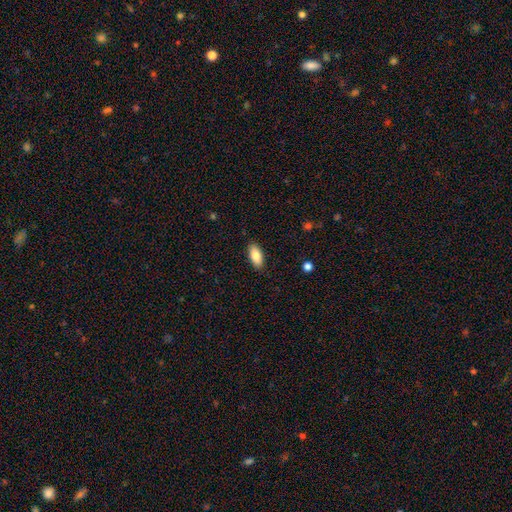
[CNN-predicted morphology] type=smooth (84%); roundness=in between (88%); merging=none (88%).